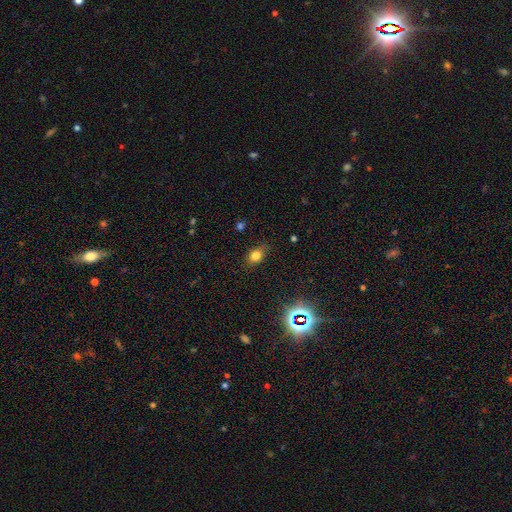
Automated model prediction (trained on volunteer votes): This is likely a smooth galaxy (76%). How rounded: likely in between (69%). Merging: clearly none (82%).